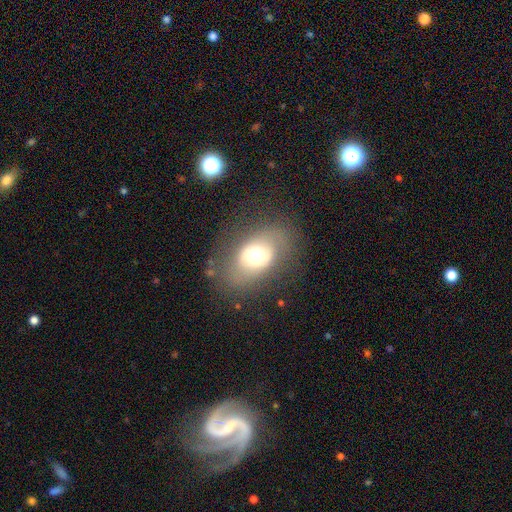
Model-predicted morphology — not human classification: The model was most divided on "smooth or featured": smooth: 50%, featured or disk: 40%, star or artifact: 10%. More confident: merging — none (71%).